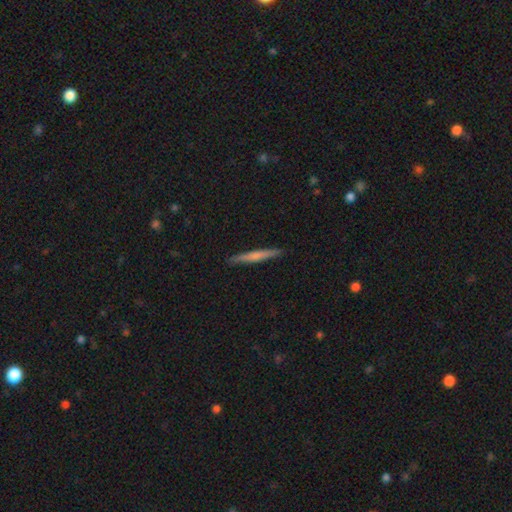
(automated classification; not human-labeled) Overall: smooth (54%; featured or disk 40%). How rounded: cigar-shaped (96%). Merging: none (91%).